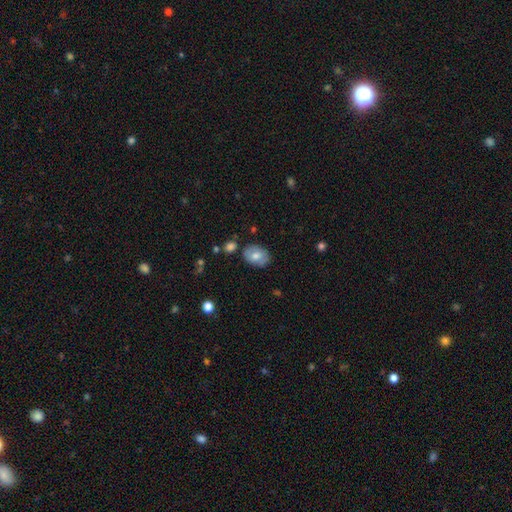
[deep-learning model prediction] Overall: smooth (70%). How rounded: in between (76%). Merging: none (77%).